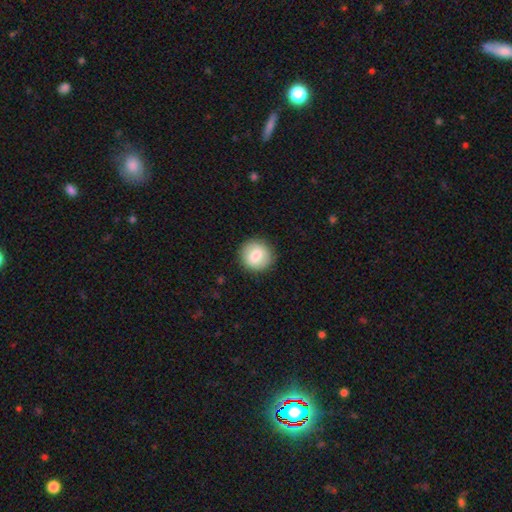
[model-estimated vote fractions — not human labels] This appears to be a smooth galaxy with no disk features (79%) that is round (93%). Merging: none (90%).